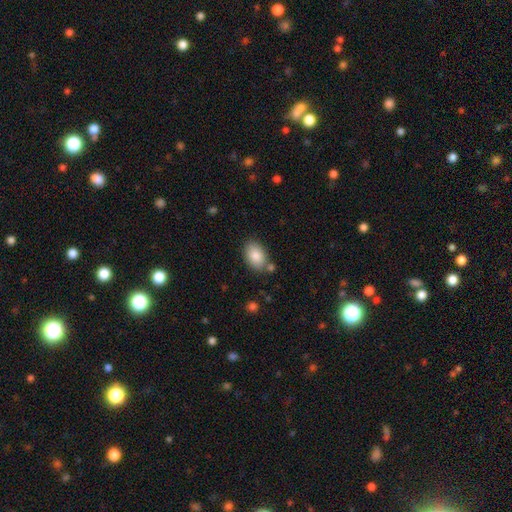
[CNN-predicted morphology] A smooth galaxy with no disk features (86%) that is in between round and cigar-shaped (88%). Merging: none (76%).